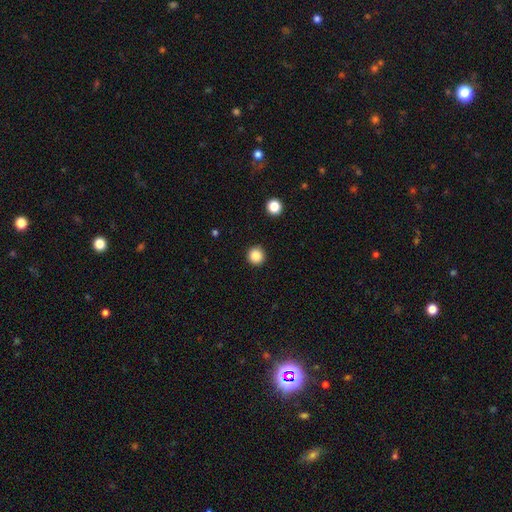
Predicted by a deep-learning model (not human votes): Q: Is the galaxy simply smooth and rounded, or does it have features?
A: smooth — 86%.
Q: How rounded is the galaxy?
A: round — 95%.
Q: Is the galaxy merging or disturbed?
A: none — 93%.